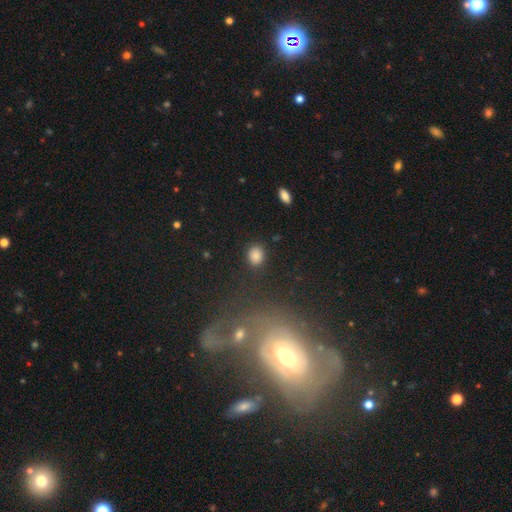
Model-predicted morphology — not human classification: Q: Smooth or featured?
A: smooth (85%); runner-up: star or artifact (10%)
Q: How rounded?
A: round (58%); runner-up: in between (41%)
Q: Merging?
A: none (84%); runner-up: minor disturbance (11%)